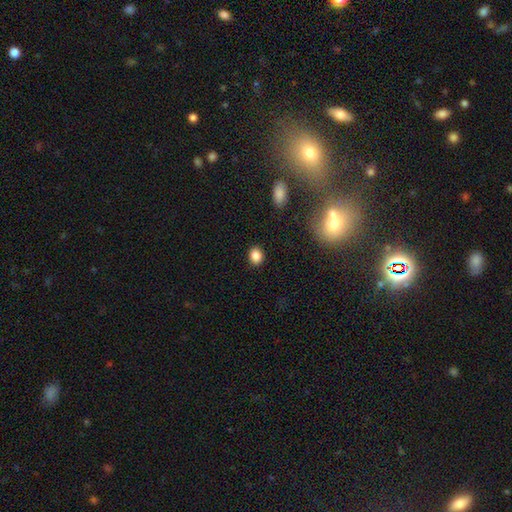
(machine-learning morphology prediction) Smooth or featured? smooth (86%)
How rounded? round (52%)
Merging? none (89%)